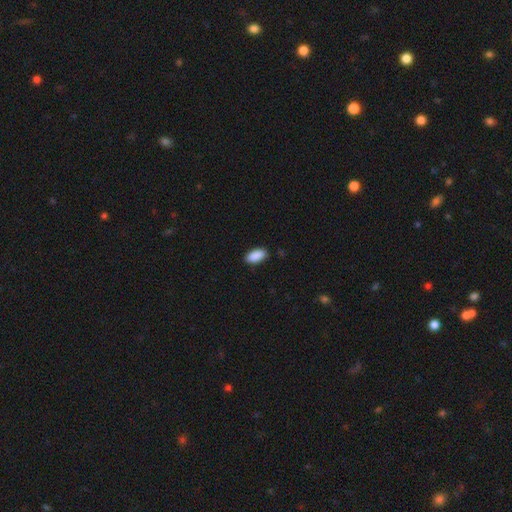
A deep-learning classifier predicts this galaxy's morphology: The model was most divided on "merging": none: 86%, minor disturbance: 11%, major disturbance: 2%, merger: 1%. More confident: how rounded — in between (93%); smooth or featured — smooth (90%).